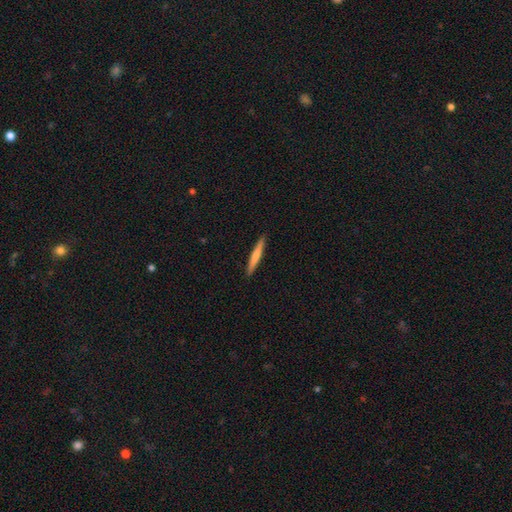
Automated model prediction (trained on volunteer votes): This is likely a smooth galaxy (69%). How rounded: clearly cigar-shaped (96%). Merging: clearly none (92%).